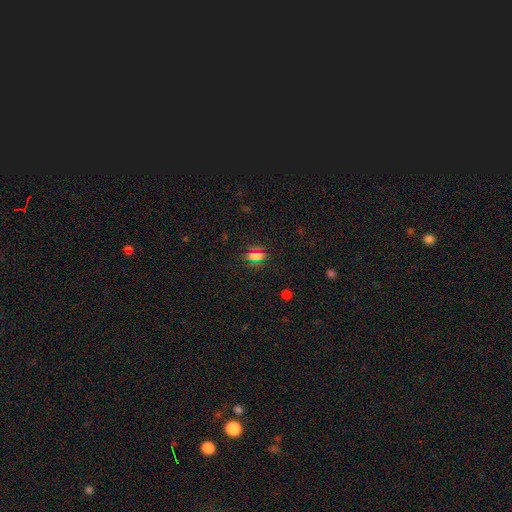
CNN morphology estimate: A smooth galaxy with no disk features (57%) that is in between round and cigar-shaped (48%). Merging: none (81%).